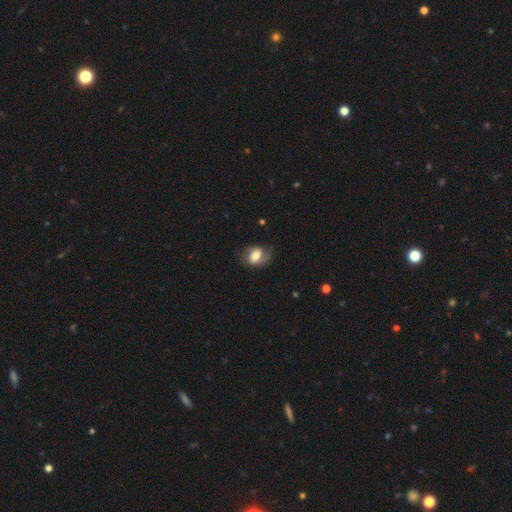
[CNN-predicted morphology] smooth_or_featured: smooth (p=0.57) [alt: featured or disk p=0.35]
how_rounded: in between (p=0.62) [alt: round p=0.37]
merging: none (p=0.59) [alt: minor disturbance p=0.26]